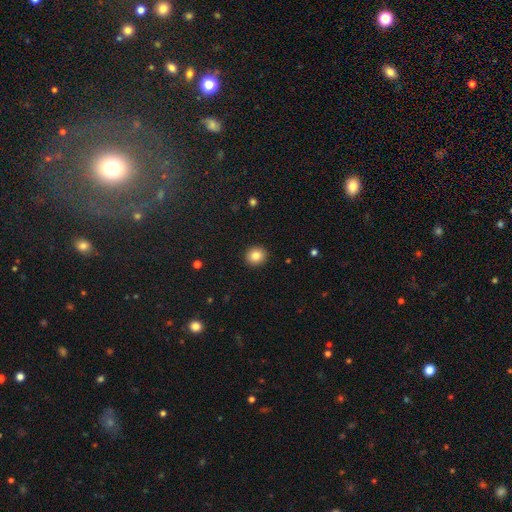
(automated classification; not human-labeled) This appears to be a smooth galaxy with no disk features (84%) that is round (86%). Merging: none (92%).